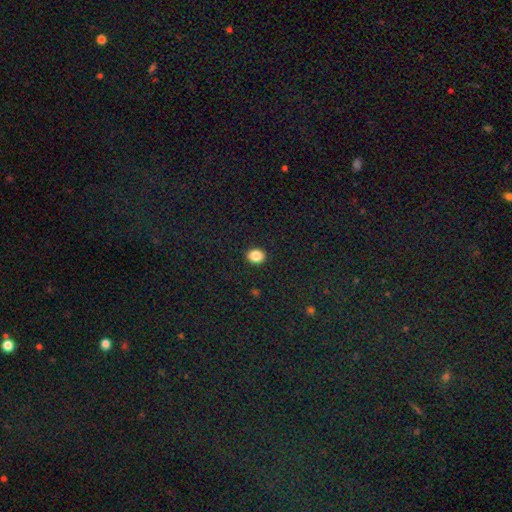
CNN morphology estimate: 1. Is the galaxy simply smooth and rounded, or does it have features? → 86% smooth, 10% star or artifact, 5% featured or disk.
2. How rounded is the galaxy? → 61% round, 38% in between, 1% cigar-shaped.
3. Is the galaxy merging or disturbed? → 92% none, 6% minor disturbance, 2% major disturbance, 1% merger.